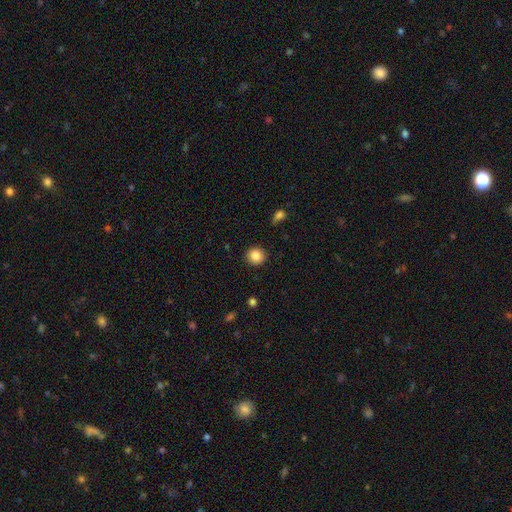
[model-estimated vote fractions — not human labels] smooth-or-featured: smooth: 86% | star or artifact: 9% | featured or disk: 5%
  how-rounded: round: 90% | in between: 10% | cigar-shaped: 1%
  merging: none: 90% | minor disturbance: 7% | major disturbance: 2% | merger: 1%